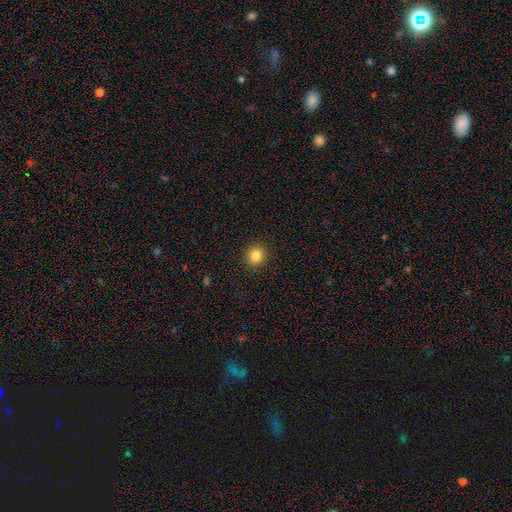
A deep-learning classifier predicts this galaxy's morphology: This appears to be a smooth galaxy with no disk features (84%) that is round (87%). Merging: none (92%).